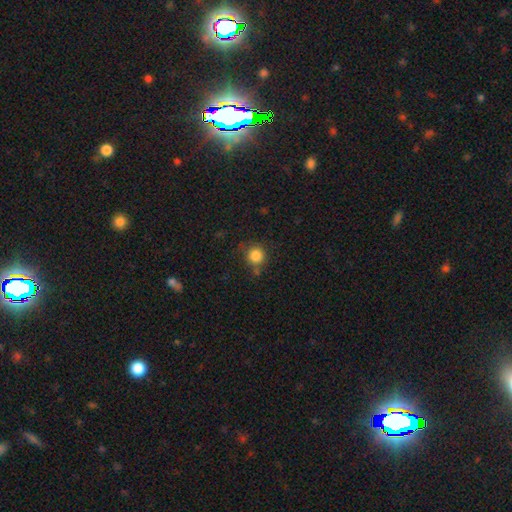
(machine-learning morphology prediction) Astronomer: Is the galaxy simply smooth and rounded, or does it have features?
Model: smooth — 84%.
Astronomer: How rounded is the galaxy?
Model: round — 92%.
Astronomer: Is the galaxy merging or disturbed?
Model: none — 75%.